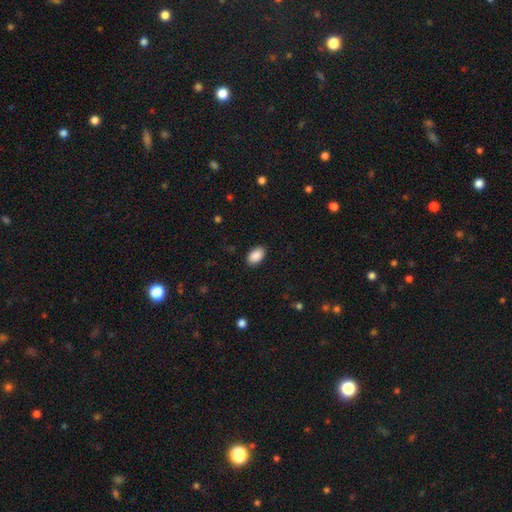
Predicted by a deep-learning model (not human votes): Q: Smooth or featured?
A: smooth (90%); runner-up: star or artifact (7%)
Q: How rounded?
A: in between (93%); runner-up: round (6%)
Q: Merging?
A: none (89%); runner-up: minor disturbance (8%)